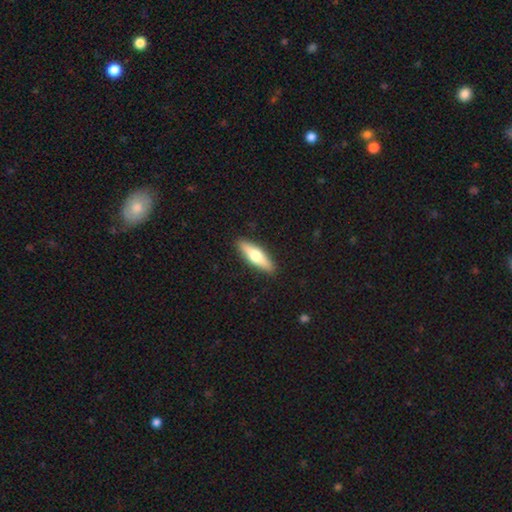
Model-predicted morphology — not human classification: type=smooth (51%); roundness=cigar-shaped (65%); merging=none (91%).